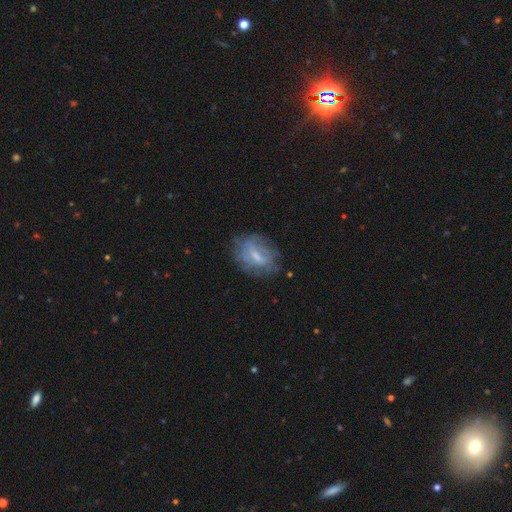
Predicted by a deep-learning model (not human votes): This appears to be a featured or disk galaxy (55%) with a weak bar (53%), no spiral arms (50%, tied with yes) and a small central bulge (38%, tied with moderate). Merging: none (63%).